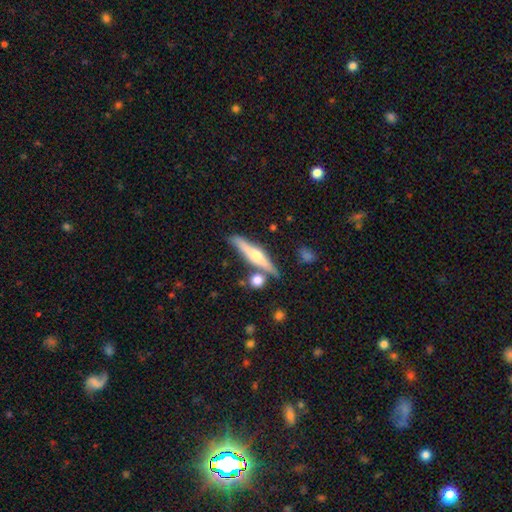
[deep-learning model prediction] Overall: featured or disk (59%; smooth 35%). Edge-on disk: yes (95%). Edge-on bulge: rounded (87%). Merging: none (75%).